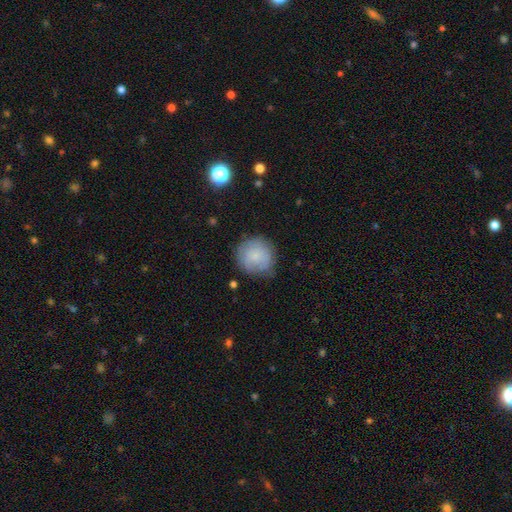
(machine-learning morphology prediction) A smooth galaxy with no disk features (74%) that is round (92%).

Vote fractions:
- Smooth or featured? smooth: 74% / featured or disk: 18% / star or artifact: 8%
- How rounded? round: 92% / in between: 7% / cigar-shaped: 1%
- Merging? none: 71% / minor disturbance: 21% / major disturbance: 6% / merger: 2%